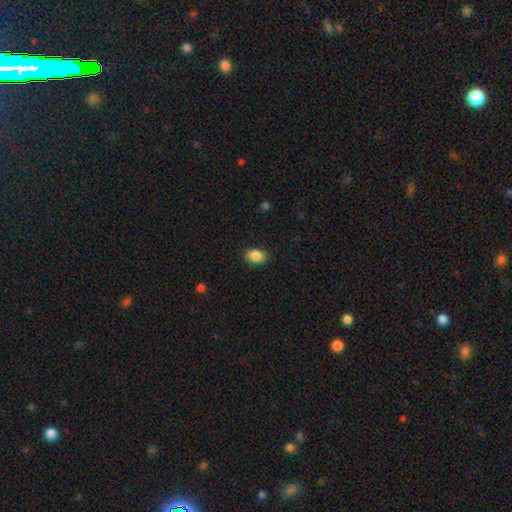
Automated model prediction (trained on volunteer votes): A smooth galaxy with no disk features (87%) that is in between round and cigar-shaped (85%). Merging: none (88%).